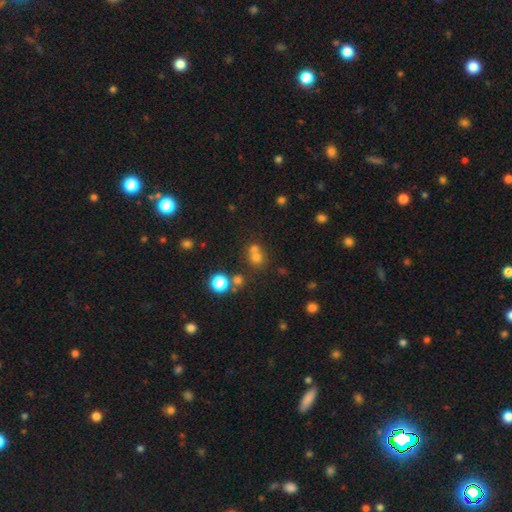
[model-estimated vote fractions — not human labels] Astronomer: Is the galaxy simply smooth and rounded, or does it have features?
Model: smooth — 65%.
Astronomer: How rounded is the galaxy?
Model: round — 81%.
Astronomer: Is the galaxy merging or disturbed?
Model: none — 45%, tied with merger at 45%.